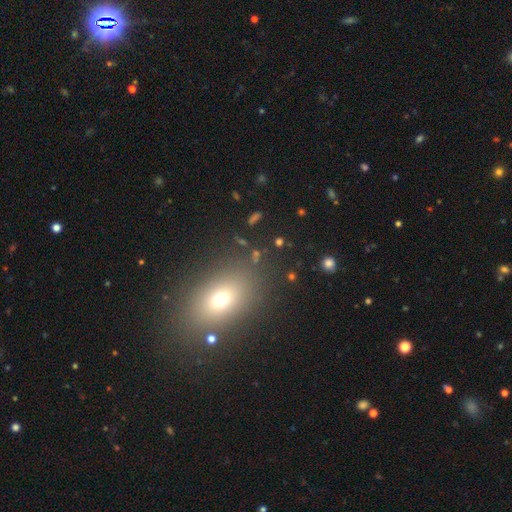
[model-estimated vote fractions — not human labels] A smooth galaxy with no disk features (61%) that is in between round and cigar-shaped (62%). Merging: none (82%).